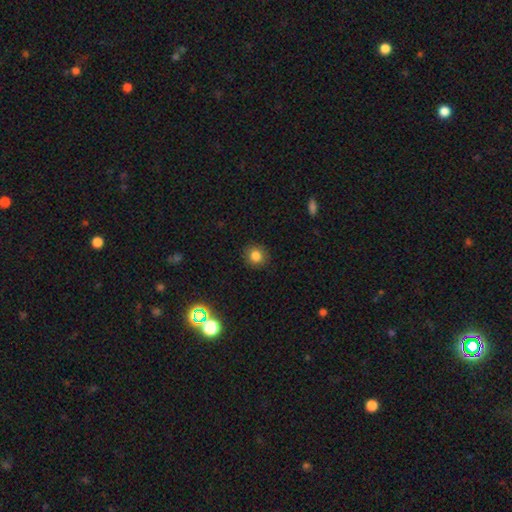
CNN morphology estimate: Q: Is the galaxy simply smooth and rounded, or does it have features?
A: smooth — 82%.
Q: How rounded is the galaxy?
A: round — 87%.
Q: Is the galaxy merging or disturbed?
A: none — 90%.